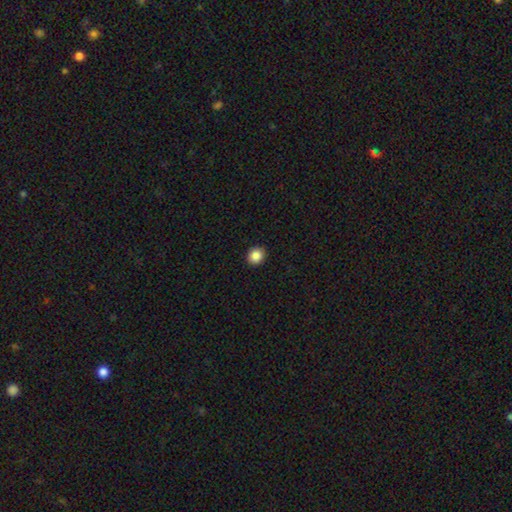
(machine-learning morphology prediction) smooth-or-featured: smooth: 86% | star or artifact: 10% | featured or disk: 4%
  how-rounded: round: 84% | in between: 15% | cigar-shaped: 1%
  merging: none: 92% | minor disturbance: 5% | major disturbance: 2% | merger: 1%